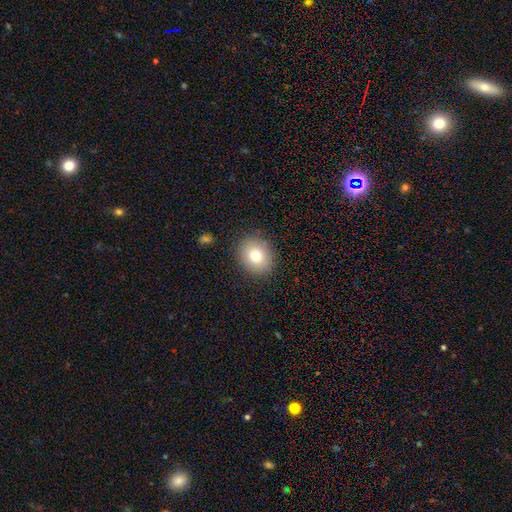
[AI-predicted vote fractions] smooth-or-featured: smooth: 77% | featured or disk: 12% | star or artifact: 11%
  how-rounded: round: 67% | in between: 32% | cigar-shaped: 1%
  merging: none: 88% | minor disturbance: 8% | major disturbance: 3% | merger: 1%